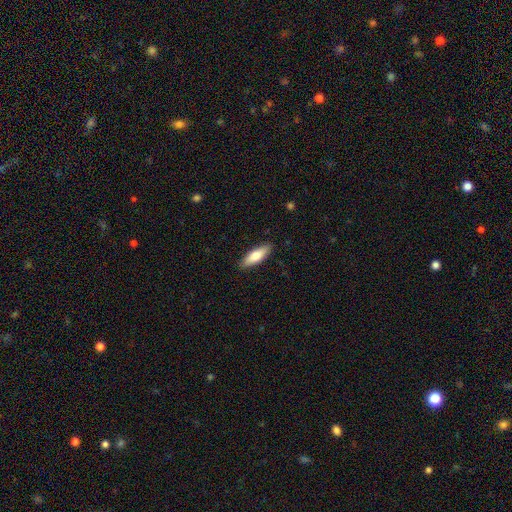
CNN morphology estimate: This appears to be a smooth galaxy with no disk features (73%) that is in between round and cigar-shaped (51%). Merging: none (89%).